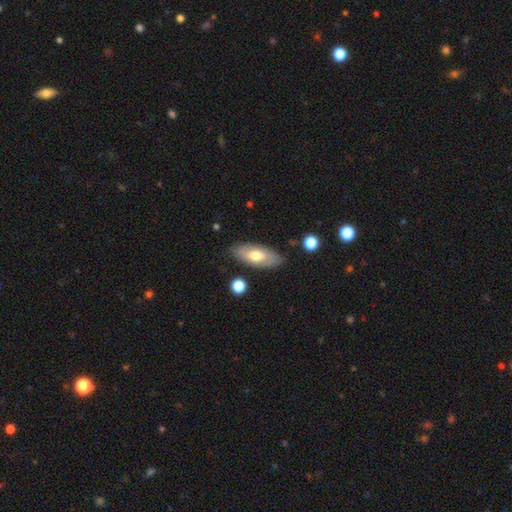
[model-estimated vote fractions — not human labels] smooth 56%, featured or disk 39%, star or artifact 6%. Down the decision tree: how rounded — in between (86%); merging — none (81%).